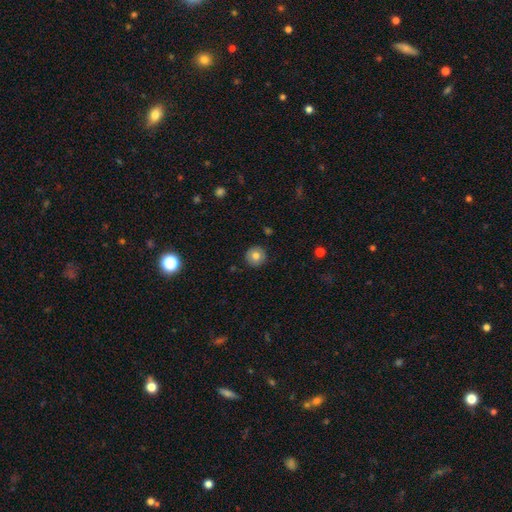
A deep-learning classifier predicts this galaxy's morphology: A smooth galaxy with no disk features (79%) that is round (95%). Merging: none (91%).